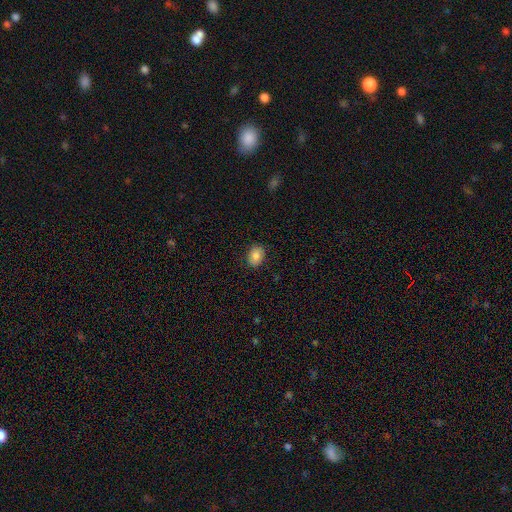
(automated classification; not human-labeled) smooth-or-featured: smooth: 83% | featured or disk: 8% | star or artifact: 8%
  how-rounded: in between: 66% | round: 33% | cigar-shaped: 1%
  merging: none: 87% | minor disturbance: 10% | major disturbance: 2% | merger: 1%